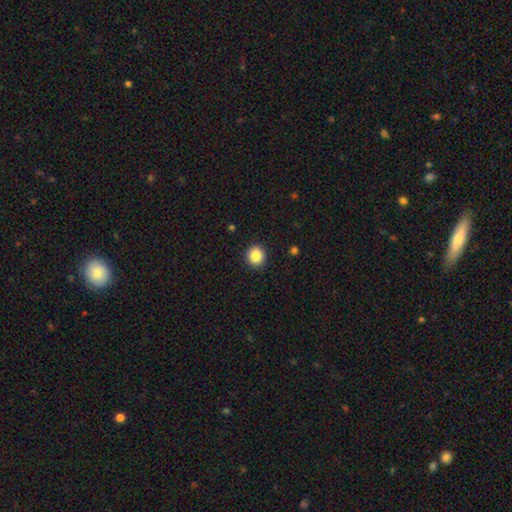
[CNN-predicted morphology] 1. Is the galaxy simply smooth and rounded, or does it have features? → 86% smooth, 9% star or artifact, 5% featured or disk.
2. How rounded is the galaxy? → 83% round, 16% in between, 1% cigar-shaped.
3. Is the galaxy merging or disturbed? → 92% none, 5% minor disturbance, 2% major disturbance, 1% merger.